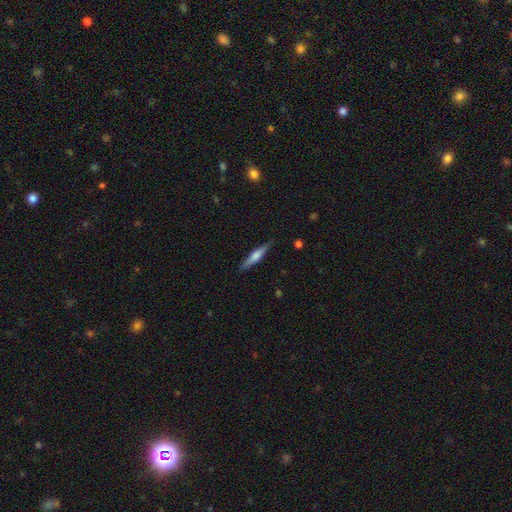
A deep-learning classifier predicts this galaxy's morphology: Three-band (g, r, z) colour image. It shows a featured or disk galaxy (50%) viewed edge-on (96%). Merging: none (87%).